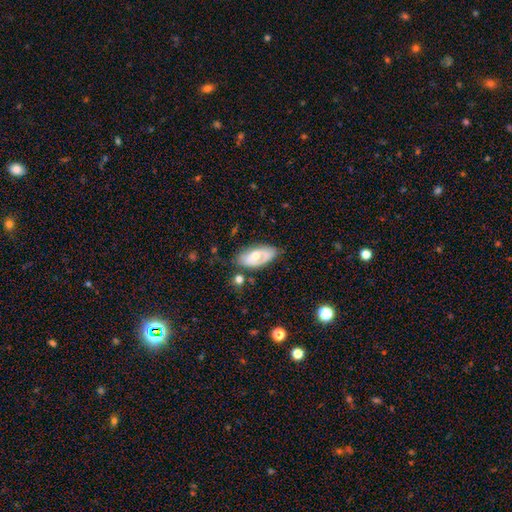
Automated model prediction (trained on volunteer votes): Smooth or featured?
  - featured or disk: 51% *
  - smooth: 43%
  - star or artifact: 6%
Edge-on disk?
  - no: 87% *
  - yes: 13%
Merging?
  - none: 63% *
  - minor disturbance: 24%
  - major disturbance: 8%
  - merger: 5%